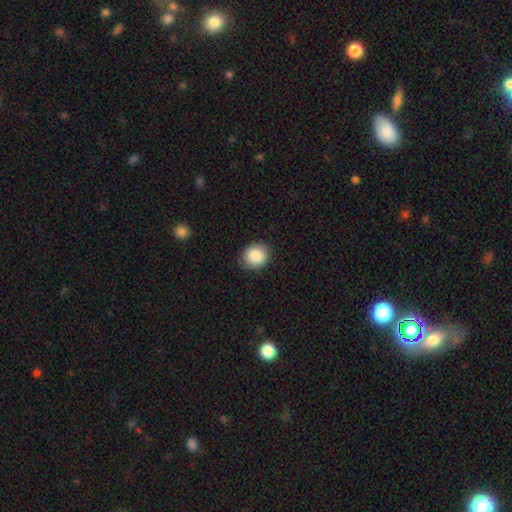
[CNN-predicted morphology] This is clearly a smooth galaxy (88%). How rounded: likely round (78%). Merging: clearly none (88%).